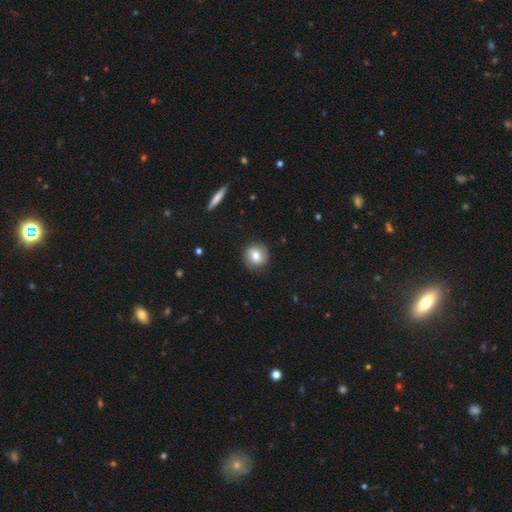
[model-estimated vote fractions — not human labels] Smooth or featured: smooth — 65% (featured or disk — 27%)
How rounded: round — 87% (in between — 11%)
Merging: none — 85% (minor disturbance — 11%)